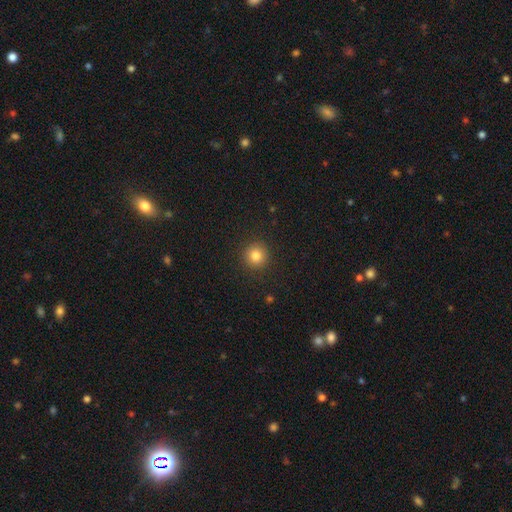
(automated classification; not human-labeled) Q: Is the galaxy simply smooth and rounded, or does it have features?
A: smooth — 83%.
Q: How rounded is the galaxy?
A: round — 94%.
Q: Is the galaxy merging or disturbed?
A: none — 91%.